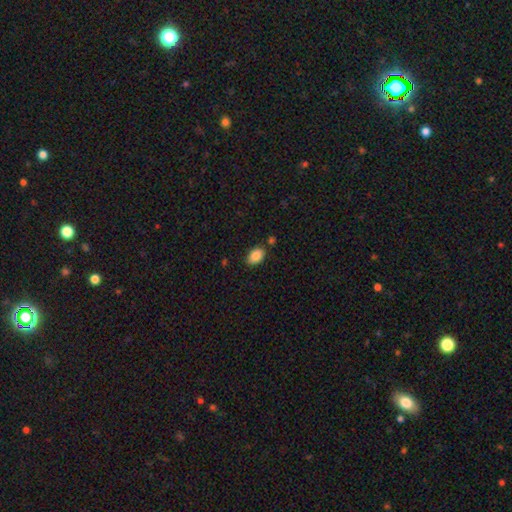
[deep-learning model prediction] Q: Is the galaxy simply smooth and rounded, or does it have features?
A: smooth — 87%.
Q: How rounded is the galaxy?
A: in between — 90%.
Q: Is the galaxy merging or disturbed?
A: none — 81%.